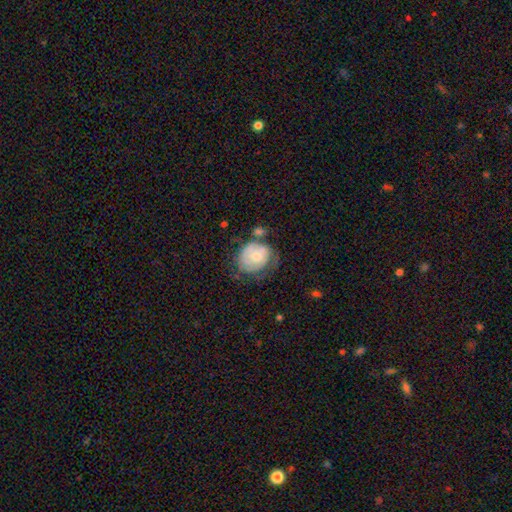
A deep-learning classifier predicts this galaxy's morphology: Overall: smooth (47%; featured or disk 46%). Merging: none (40%; minor disturbance 30%).